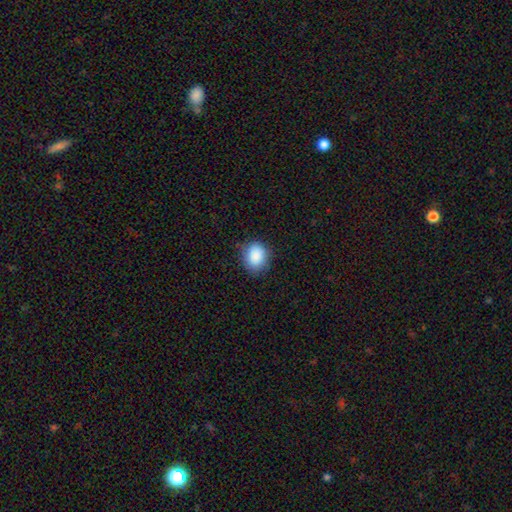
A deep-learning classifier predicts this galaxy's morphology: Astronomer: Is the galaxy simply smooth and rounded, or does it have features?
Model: smooth — 88%.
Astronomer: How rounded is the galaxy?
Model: in between — 50%, tied with round at 50%.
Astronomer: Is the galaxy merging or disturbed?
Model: none — 79%.